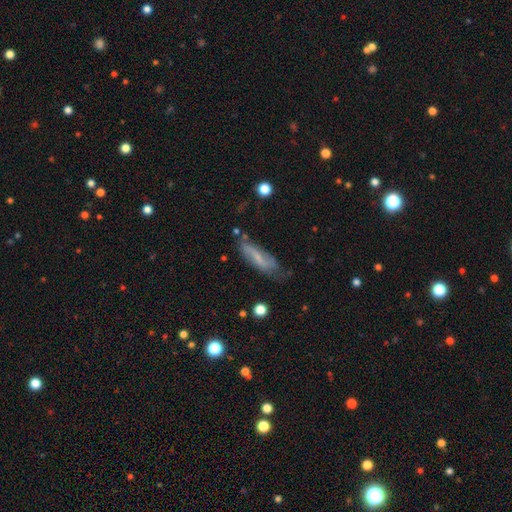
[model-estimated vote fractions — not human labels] Smooth or featured? Predicted: featured or disk (p=0.47). Merging? Predicted: none (p=0.60).